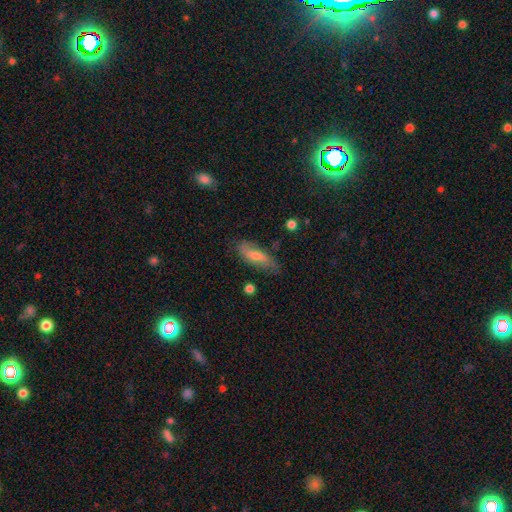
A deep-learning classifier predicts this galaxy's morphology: The model was most divided on "smooth or featured": smooth: 49%, featured or disk: 42%, star or artifact: 9%. More confident: merging — none (71%).